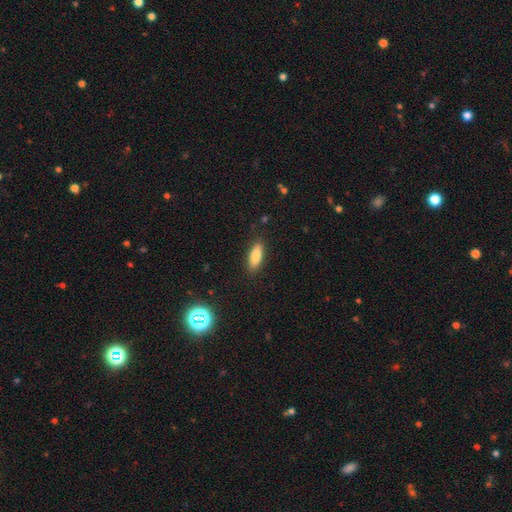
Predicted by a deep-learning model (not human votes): Overall: smooth (83%). How rounded: in between (63%; cigar-shaped 35%). Merging: none (87%).